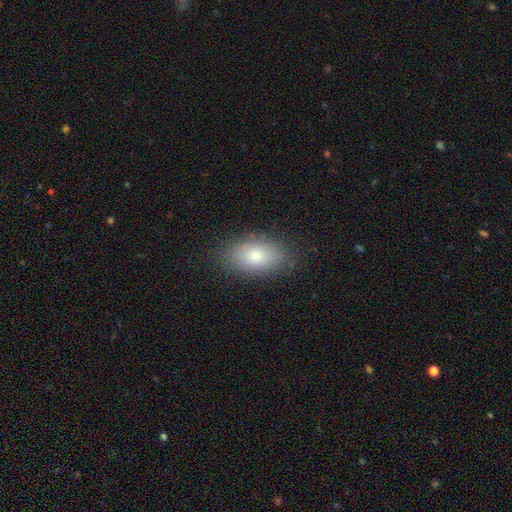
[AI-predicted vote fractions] Smooth or featured: smooth — 79% (featured or disk — 13%)
How rounded: in between — 91% (round — 7%)
Merging: none — 83% (minor disturbance — 12%)